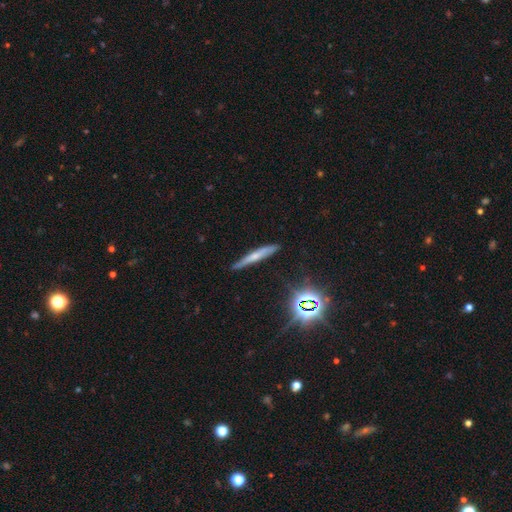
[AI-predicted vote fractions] This is possibly a smooth galaxy (47%). Merging: clearly none (84%).